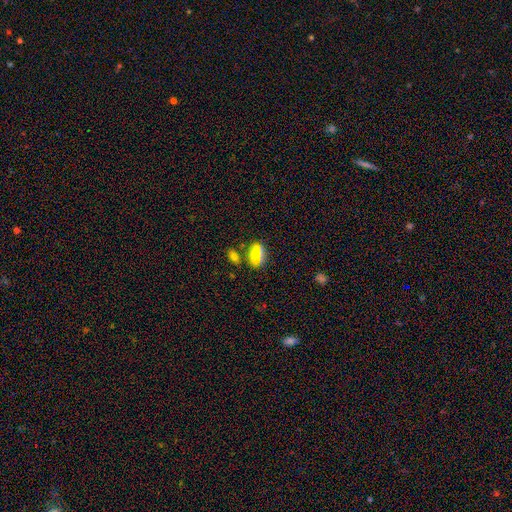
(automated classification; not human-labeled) Smooth or featured: smooth — 74% (star or artifact — 19%)
How rounded: in between — 84% (round — 11%)
Merging: none — 70% (minor disturbance — 16%)